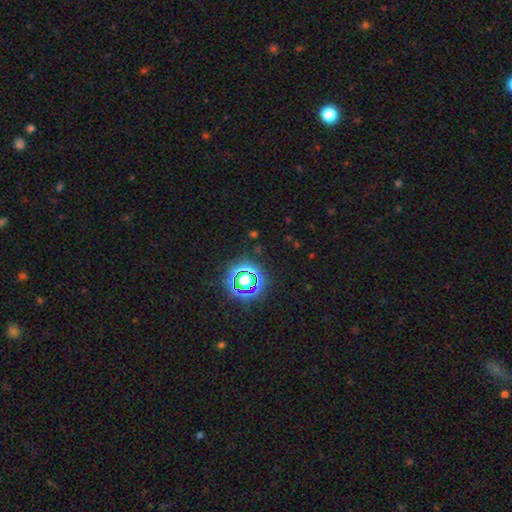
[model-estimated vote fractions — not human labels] Overall: star or artifact (79%).